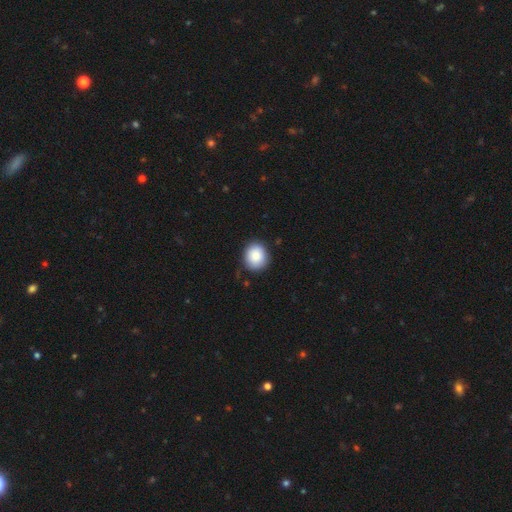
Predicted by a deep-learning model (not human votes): The model was most divided on "how rounded": round: 80%, in between: 19%, cigar-shaped: 1%. More confident: smooth or featured — smooth (86%); merging — none (84%).